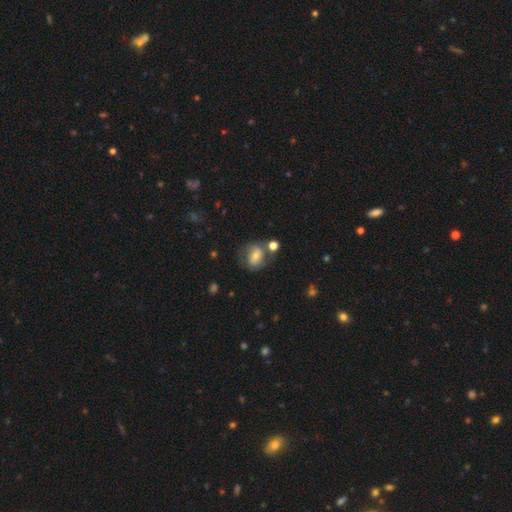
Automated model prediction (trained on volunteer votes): smooth 52%, featured or disk 38%, star or artifact 10%. Down the decision tree: how rounded — round (60%); merging — none (53%).